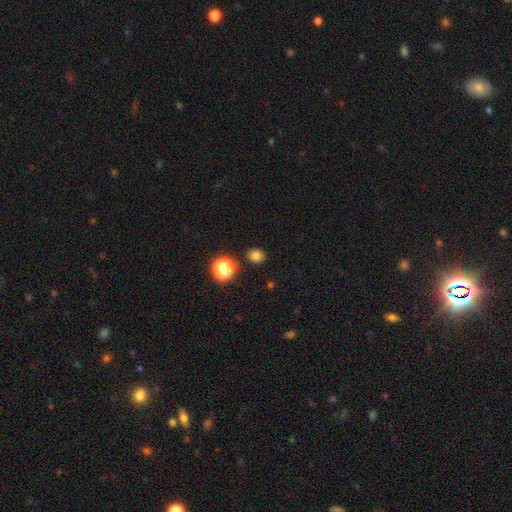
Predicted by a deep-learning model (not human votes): smooth-or-featured: smooth: 78% | star or artifact: 17% | featured or disk: 5%
  how-rounded: round: 71% | in between: 28% | cigar-shaped: 1%
  merging: none: 86% | minor disturbance: 8% | merger: 3% | major disturbance: 2%